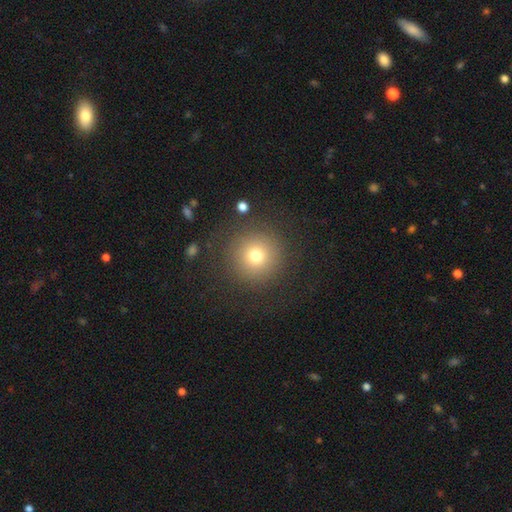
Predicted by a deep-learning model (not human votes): A smooth galaxy with no disk features (74%) that is round (95%). Merging: none (86%).